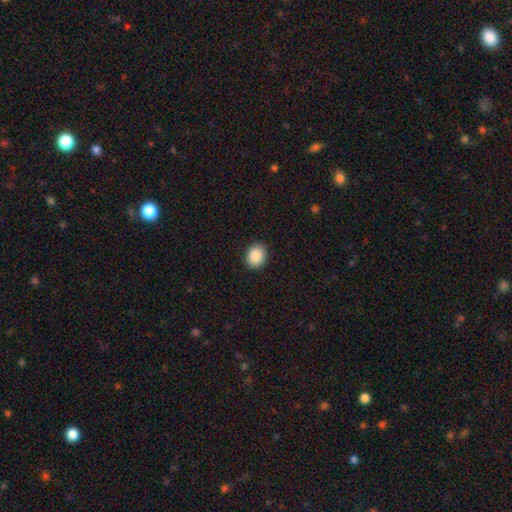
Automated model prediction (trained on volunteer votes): This appears to be a smooth galaxy with no disk features (89%) that is round (53%). Merging: none (90%).